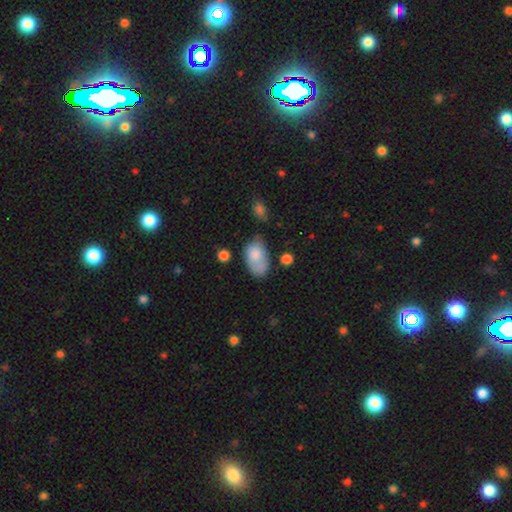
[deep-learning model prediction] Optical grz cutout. It shows a smooth galaxy with no disk features (76%) that is in between round and cigar-shaped (91%). Merging: none (38%).